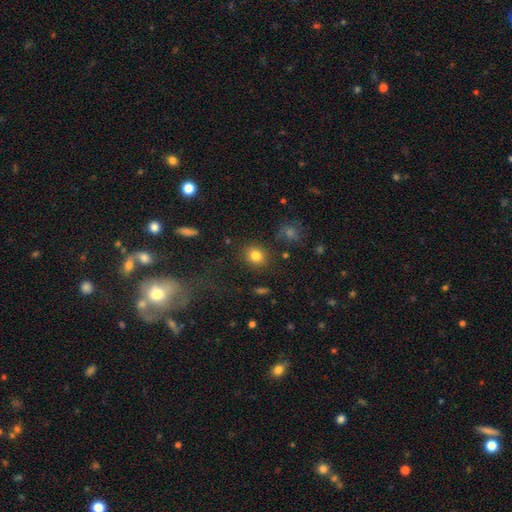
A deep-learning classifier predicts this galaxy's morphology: Smooth or featured? smooth (81%)
How rounded? round (73%)
Merging? none (85%)